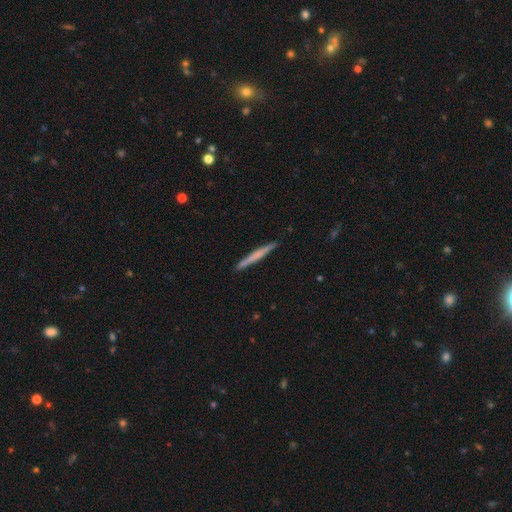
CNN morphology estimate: This is possibly a smooth galaxy (53%). How rounded: clearly cigar-shaped (97%). Merging: clearly none (90%).